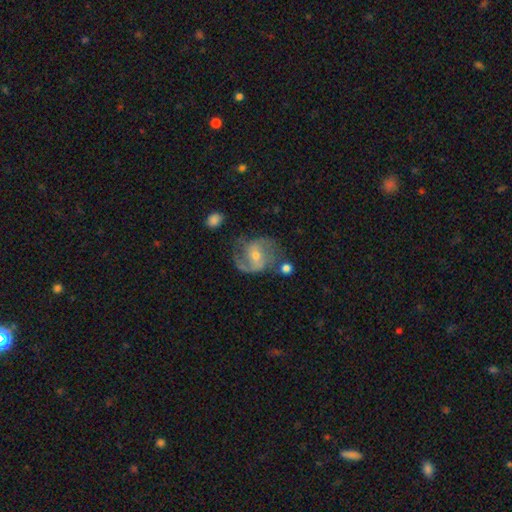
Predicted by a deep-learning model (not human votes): A featured or disk galaxy (81%) with a weak bar (45%), 2 (81%) medium (51%) spiral arms (93%) and a small central bulge (51%). Merging: none (59%).